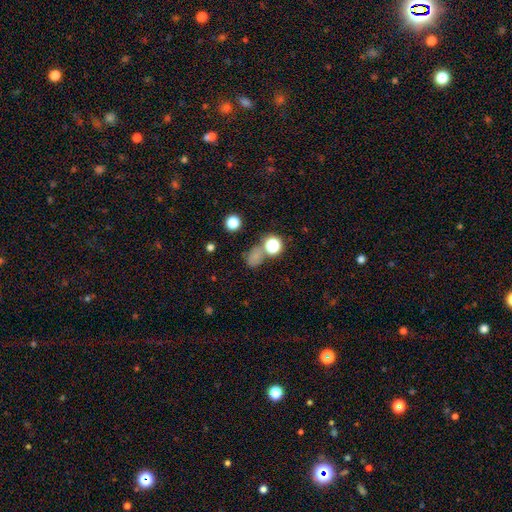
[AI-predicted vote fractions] Smooth or featured? Predicted: smooth (p=0.63). How rounded? Predicted: round (p=0.55). Merging? Predicted: none (p=0.56).